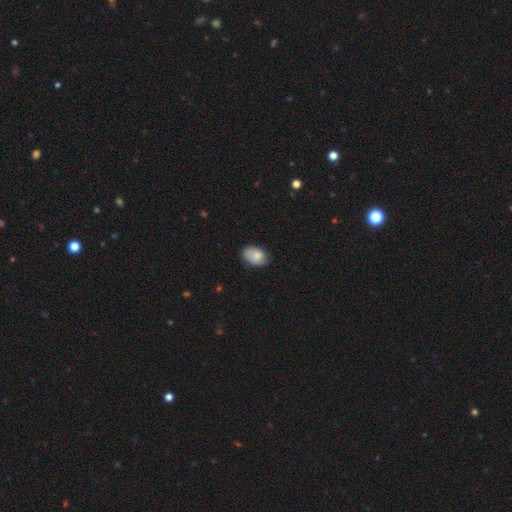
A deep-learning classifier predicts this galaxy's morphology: smooth-or-featured: smooth: 77% | featured or disk: 16% | star or artifact: 7%
  how-rounded: in between: 79% | round: 19% | cigar-shaped: 1%
  merging: none: 71% | minor disturbance: 24% | major disturbance: 4% | merger: 1%